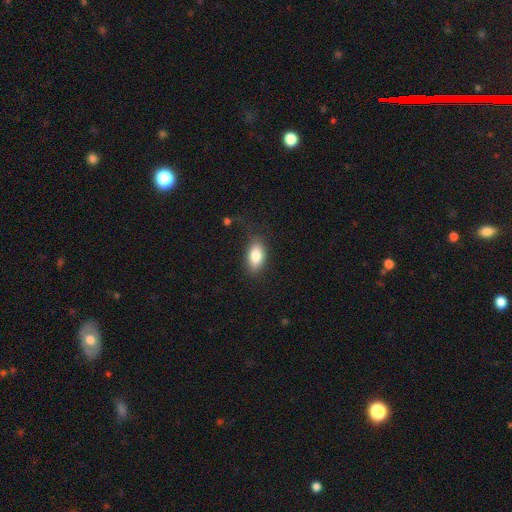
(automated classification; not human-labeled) A smooth galaxy with no disk features (83%) that is in between round and cigar-shaped (90%). Merging: none (78%).